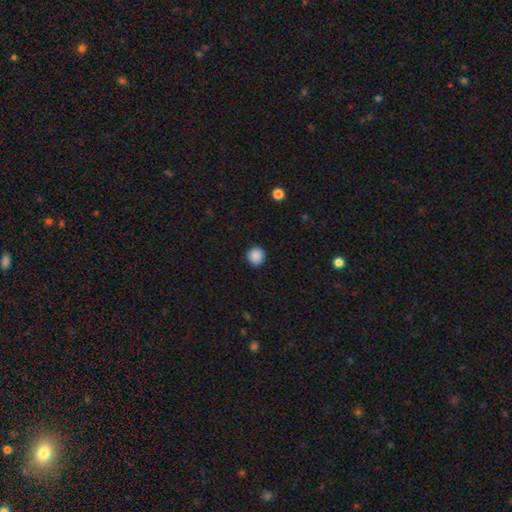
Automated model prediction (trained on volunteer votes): Overall: smooth (89%). How rounded: round (94%). Merging: none (93%).